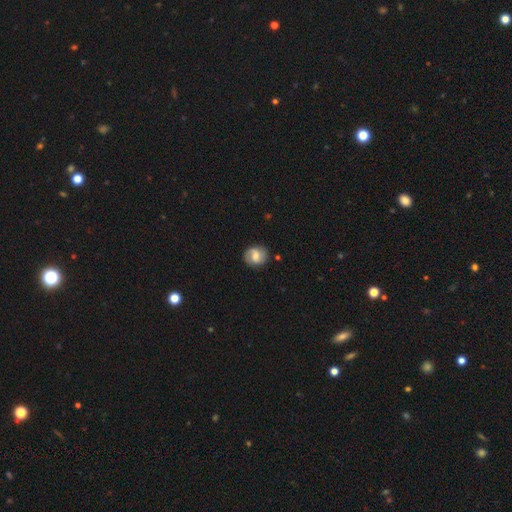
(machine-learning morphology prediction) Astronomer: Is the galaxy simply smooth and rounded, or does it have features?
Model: smooth — 48% (runner-up: featured or disk, 44%).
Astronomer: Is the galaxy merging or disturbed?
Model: none — 82%.